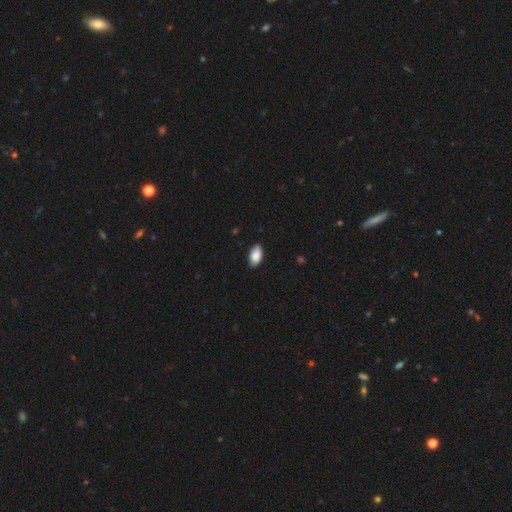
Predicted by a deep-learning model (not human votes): smooth-or-featured: smooth: 88% | star or artifact: 6% | featured or disk: 5%
  how-rounded: in between: 95% | round: 3% | cigar-shaped: 2%
  merging: none: 84% | minor disturbance: 13% | major disturbance: 2% | merger: 1%